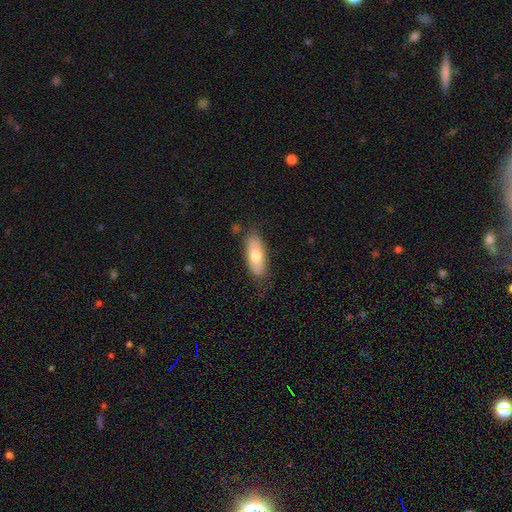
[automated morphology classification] smooth_or_featured: smooth (p=0.71) [alt: featured or disk p=0.23]
how_rounded: in between (p=0.71) [alt: cigar-shaped p=0.27]
merging: none (p=0.77) [alt: minor disturbance p=0.17]